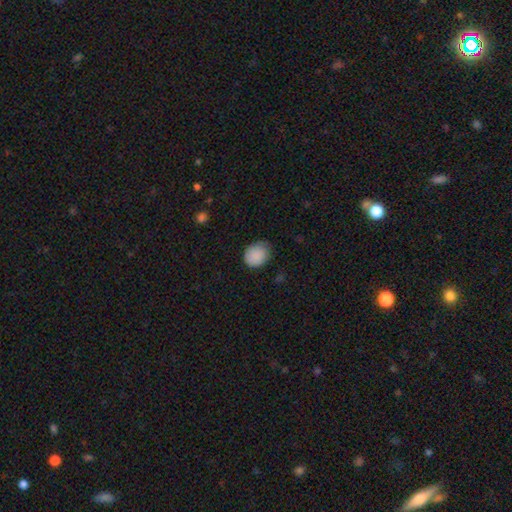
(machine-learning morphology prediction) smooth 88%, star or artifact 7%, featured or disk 5%. Down the decision tree: how rounded — round (62%); merging — none (67%).